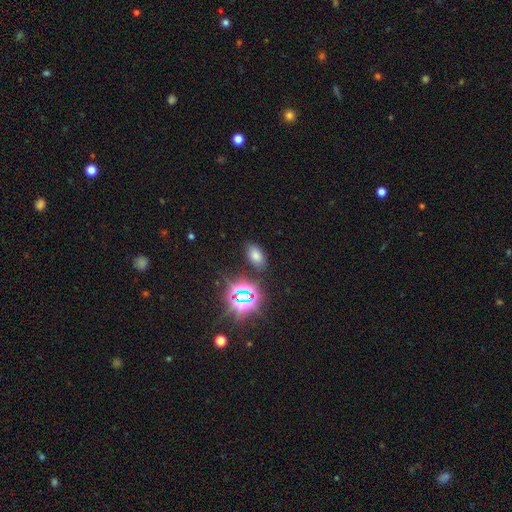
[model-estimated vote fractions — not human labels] A smooth galaxy with no disk features (62%) that is in between round and cigar-shaped (91%).

Vote fractions:
- Smooth or featured? smooth: 62% / star or artifact: 29% / featured or disk: 8%
- How rounded? in between: 91% / round: 7% / cigar-shaped: 2%
- Merging? none: 83% / minor disturbance: 11% / major disturbance: 4% / merger: 3%